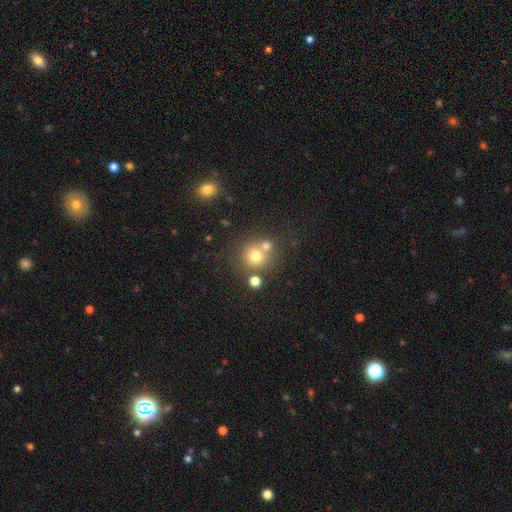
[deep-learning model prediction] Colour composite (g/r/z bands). It shows a smooth galaxy with no disk features (72%) that is round (88%). Merging: none (57%).